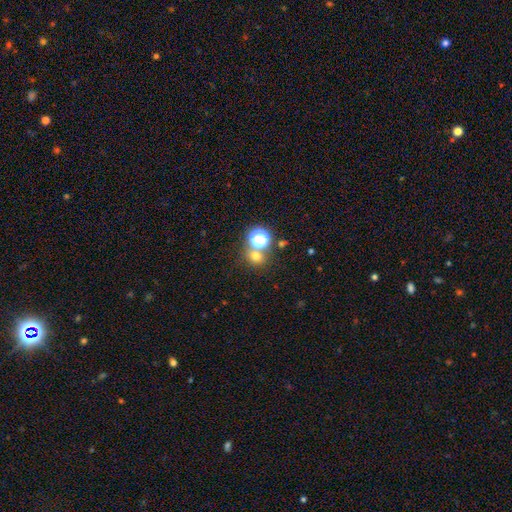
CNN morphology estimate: Q: Smooth or featured?
A: smooth (64%); runner-up: star or artifact (28%)
Q: How rounded?
A: round (81%); runner-up: in between (18%)
Q: Merging?
A: none (66%); runner-up: merger (22%)